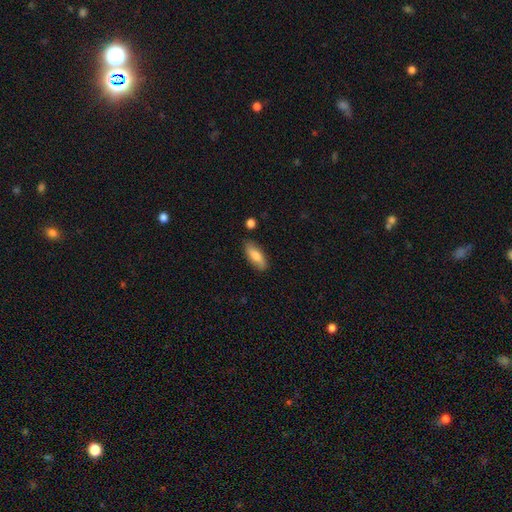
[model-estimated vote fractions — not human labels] Q: Smooth or featured?
A: smooth (74%); runner-up: featured or disk (20%)
Q: How rounded?
A: in between (74%); runner-up: cigar-shaped (24%)
Q: Merging?
A: none (84%); runner-up: minor disturbance (11%)